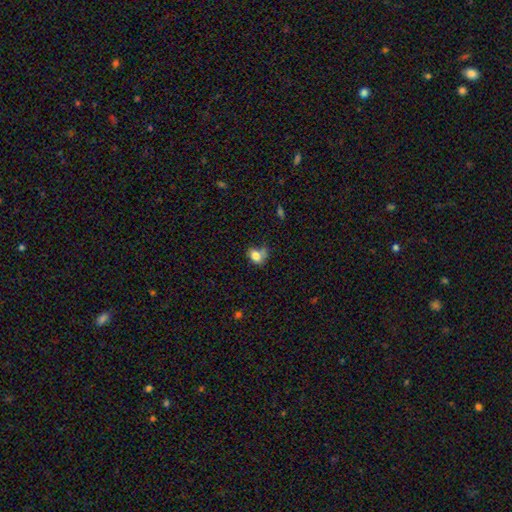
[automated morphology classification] Smooth or featured? Predicted: smooth (p=0.78). How rounded? Predicted: in between (p=0.66). Merging? Predicted: none (p=0.39).